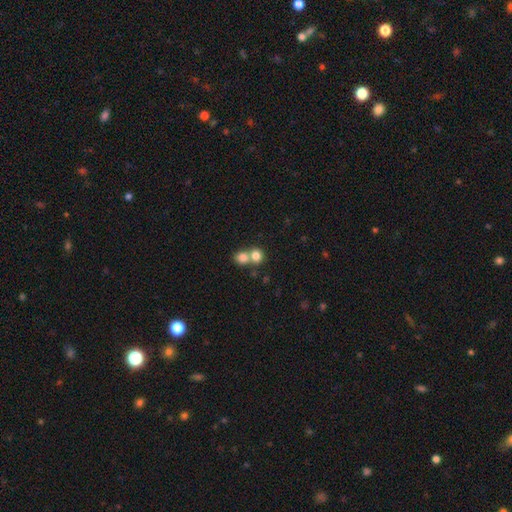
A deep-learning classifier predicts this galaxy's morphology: The model was most divided on "merging": merger: 55%, none: 38%, minor disturbance: 5%, major disturbance: 2%. More confident: how rounded — round (81%); smooth or featured — smooth (80%).